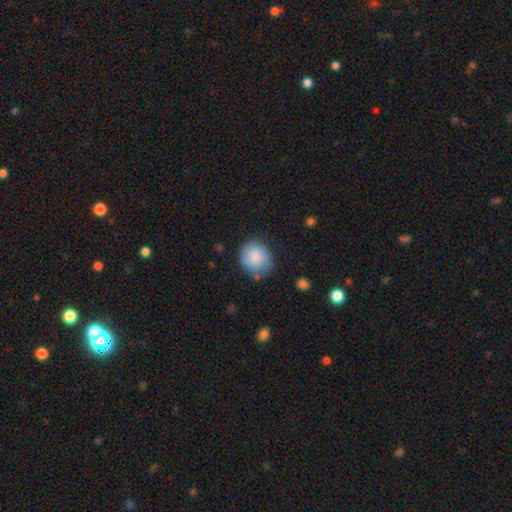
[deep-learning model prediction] A smooth galaxy with no disk features (83%) that is round (78%). Merging: none (72%).